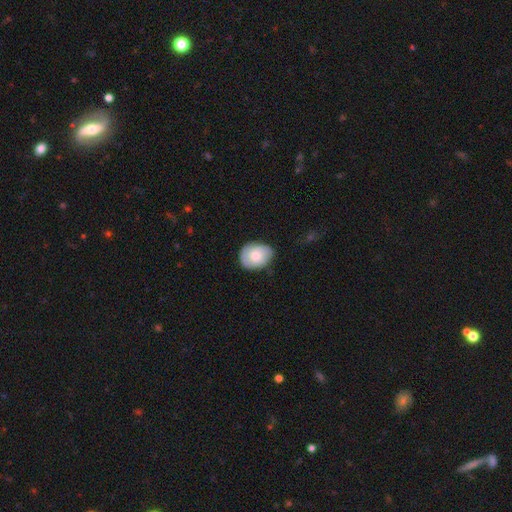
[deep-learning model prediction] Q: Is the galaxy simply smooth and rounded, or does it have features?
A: smooth — 68%.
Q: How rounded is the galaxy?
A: in between — 60%.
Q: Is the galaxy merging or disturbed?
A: none — 65%.